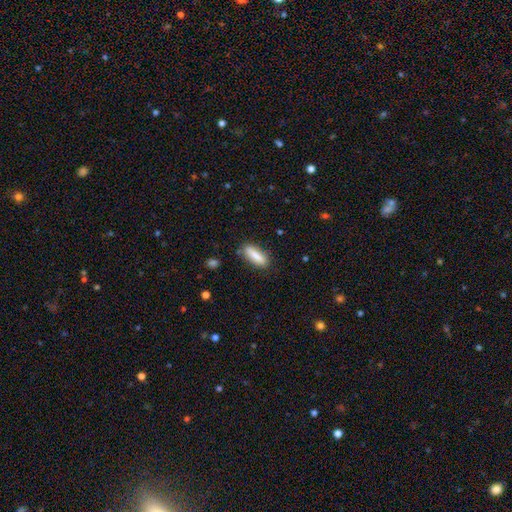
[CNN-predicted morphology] smooth-or-featured: smooth: 84% | featured or disk: 9% | star or artifact: 6%
  how-rounded: in between: 50% | cigar-shaped: 48% | round: 2%
  merging: none: 82% | minor disturbance: 13% | major disturbance: 3% | merger: 2%